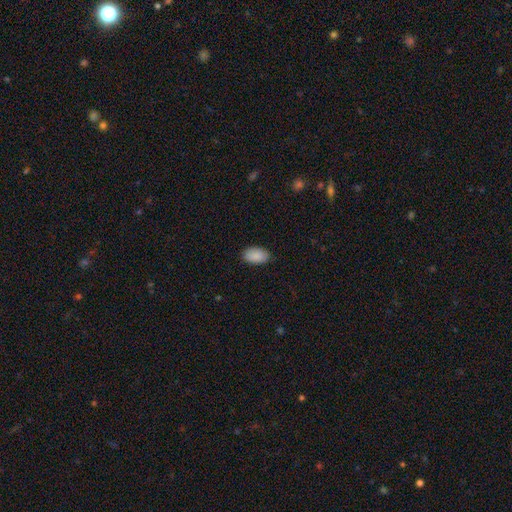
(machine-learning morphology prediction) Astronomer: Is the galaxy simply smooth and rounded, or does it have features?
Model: smooth — 90%.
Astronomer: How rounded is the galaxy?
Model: in between — 93%.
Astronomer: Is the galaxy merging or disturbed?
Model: none — 88%.